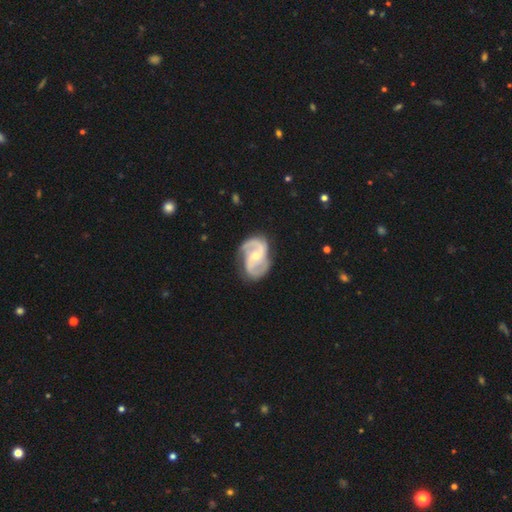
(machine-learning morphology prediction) This appears to be a featured or disk galaxy (90%) with a weak bar (47%), 2 (90%) medium (56%) spiral arms (97%) and a moderate central bulge (50%). Merging: none (74%).